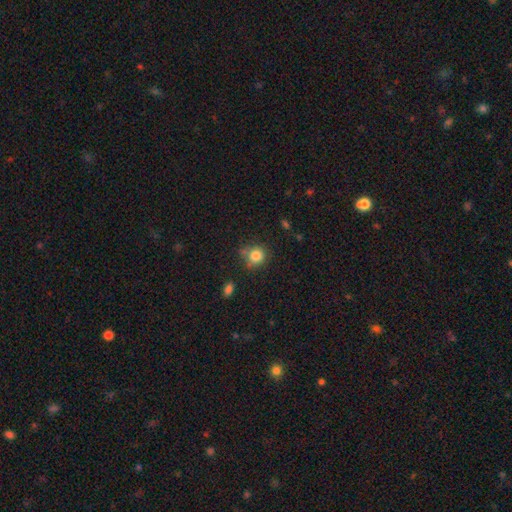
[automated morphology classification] smooth 82%, star or artifact 11%, featured or disk 7%. Down the decision tree: how rounded — round (83%); merging — none (66%).